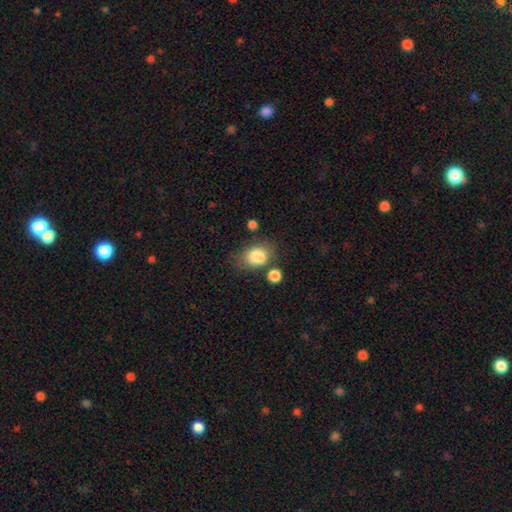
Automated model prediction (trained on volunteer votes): Q: Smooth or featured?
A: smooth (82%); runner-up: featured or disk (9%)
Q: How rounded?
A: in between (70%); runner-up: round (29%)
Q: Merging?
A: none (56%); runner-up: minor disturbance (22%)